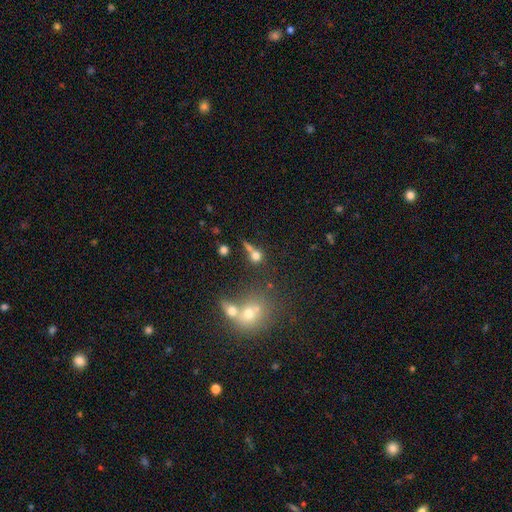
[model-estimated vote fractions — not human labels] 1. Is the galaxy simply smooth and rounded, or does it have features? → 67% smooth, 17% star or artifact, 16% featured or disk.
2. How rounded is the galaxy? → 76% round, 19% in between, 6% cigar-shaped.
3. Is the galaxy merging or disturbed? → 46% none, 35% merger, 11% minor disturbance, 8% major disturbance.